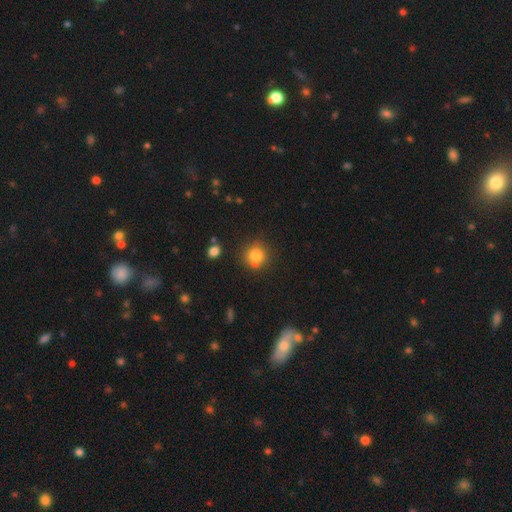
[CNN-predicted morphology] Smooth or featured? smooth (80%)
How rounded? round (88%)
Merging? none (73%)